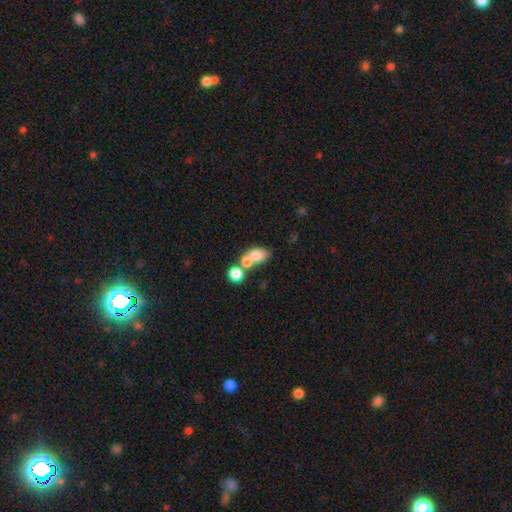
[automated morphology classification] smooth_or_featured: smooth (p=0.74) [alt: featured or disk p=0.16]
how_rounded: in between (p=0.76) [alt: round p=0.22]
merging: merger (p=0.54) [alt: none p=0.31]